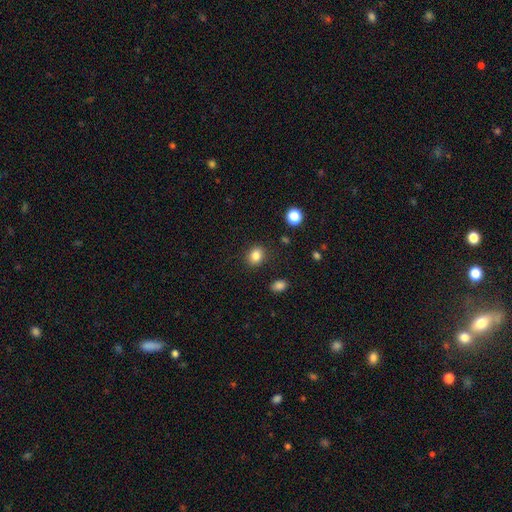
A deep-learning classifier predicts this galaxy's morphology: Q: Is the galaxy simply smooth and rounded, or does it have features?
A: smooth — 84%.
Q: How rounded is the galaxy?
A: round — 56%.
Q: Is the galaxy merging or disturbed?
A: none — 87%.